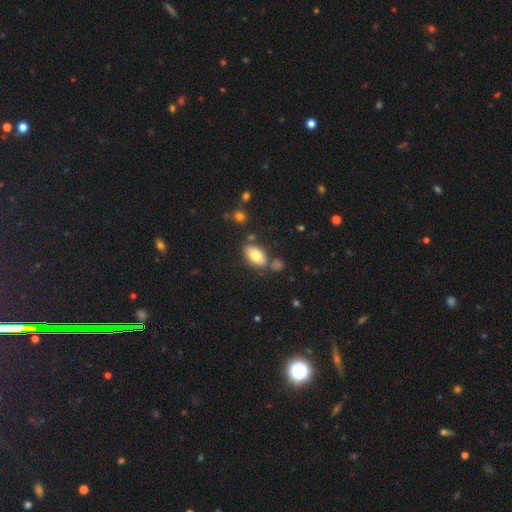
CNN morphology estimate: A smooth galaxy with no disk features (79%) that is in between round and cigar-shaped (92%).

Vote fractions:
- Smooth or featured? smooth: 79% / featured or disk: 14% / star or artifact: 7%
- How rounded? in between: 92% / round: 5% / cigar-shaped: 3%
- Merging? none: 73% / minor disturbance: 14% / merger: 10% / major disturbance: 3%